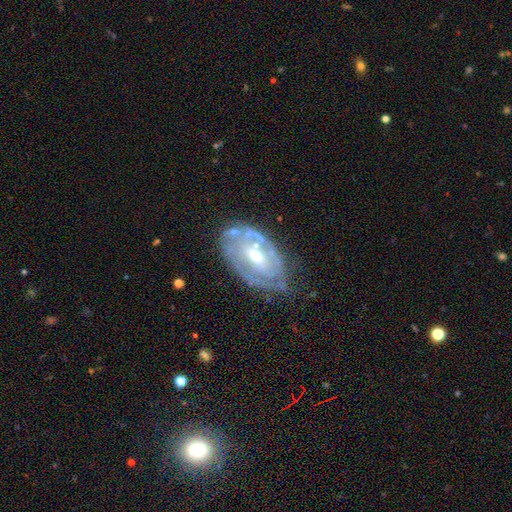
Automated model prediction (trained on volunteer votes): The model was most divided on "bar" (2-way tie): weak: 41%, no: 41%, strong: 18%. Remaining: edge-on disk — no (94%); spiral arms — yes (84%); smooth or featured — featured or disk (80%); spiral winding — tight (68%); merging — none (67%); bulge size — moderate (60%); spiral arm count — can't tell (43%).